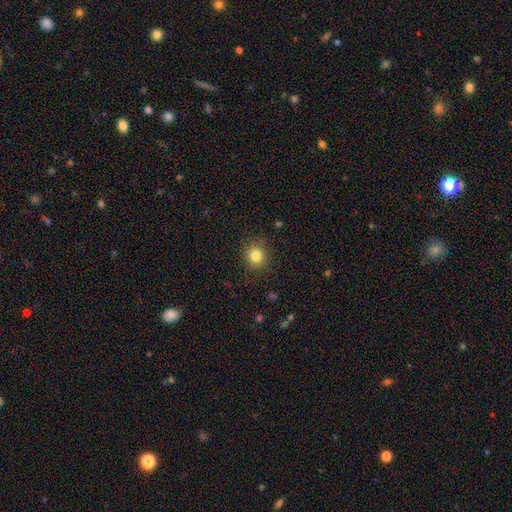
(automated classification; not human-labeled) smooth-or-featured: smooth: 82% | star or artifact: 12% | featured or disk: 6%
  how-rounded: round: 84% | in between: 16% | cigar-shaped: 1%
  merging: none: 88% | minor disturbance: 8% | major disturbance: 3% | merger: 1%